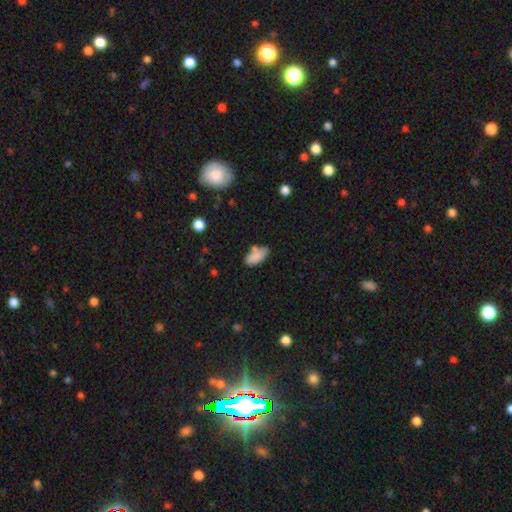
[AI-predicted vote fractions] Smooth or featured? Predicted: smooth (p=0.83). How rounded? Predicted: in between (p=0.89). Merging? Predicted: none (p=0.59).